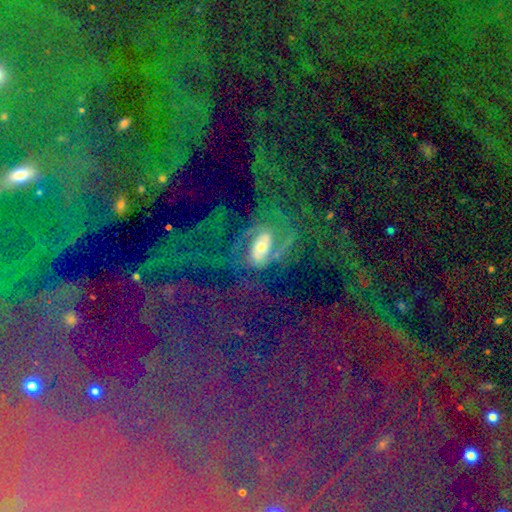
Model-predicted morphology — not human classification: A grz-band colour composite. It shows a star or artifact, not a galaxy (57%).